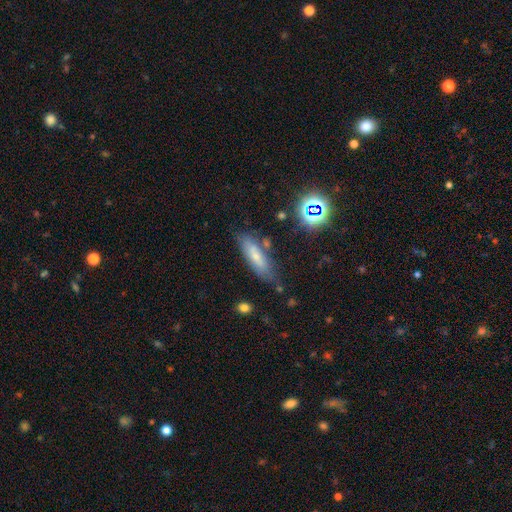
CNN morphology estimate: Smooth or featured?
  - smooth: 60% *
  - featured or disk: 29%
  - star or artifact: 11%
How rounded?
  - cigar-shaped: 56% *
  - in between: 41%
  - round: 3%
Merging?
  - none: 70% *
  - minor disturbance: 19%
  - merger: 6%
  - major disturbance: 5%